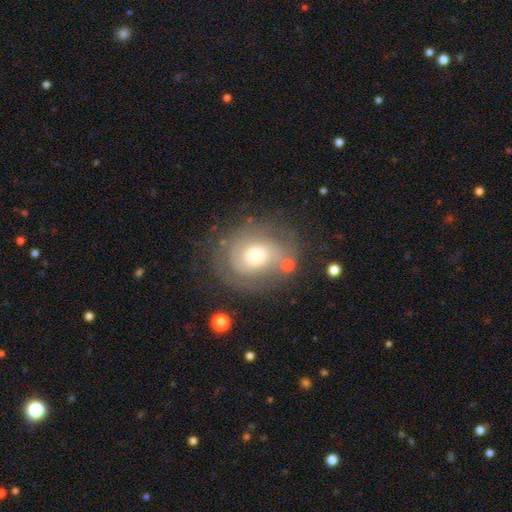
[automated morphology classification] Smooth or featured: featured or disk — 54% (smooth — 37%)
Edge-on disk: no — 97% (yes — 3%)
Bar: no — 81% (weak — 15%)
Spiral arms: yes — 67% (no — 33%)
Bulge size: large — 37% (moderate — 32%)
Merging: none — 67% (minor disturbance — 18%)